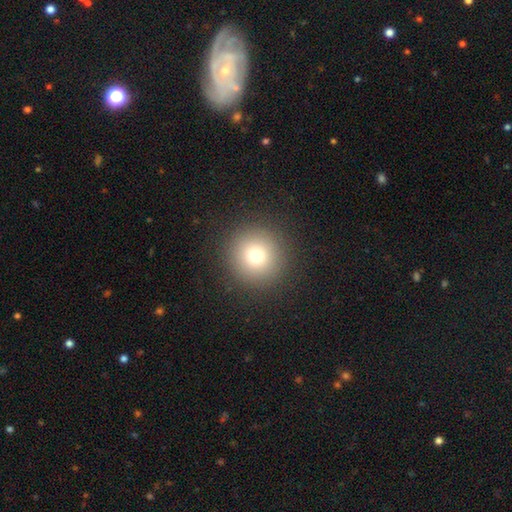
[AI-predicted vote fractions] The model was most divided on "smooth or featured": smooth: 75%, star or artifact: 15%, featured or disk: 10%. More confident: how rounded — round (96%); merging — none (91%).